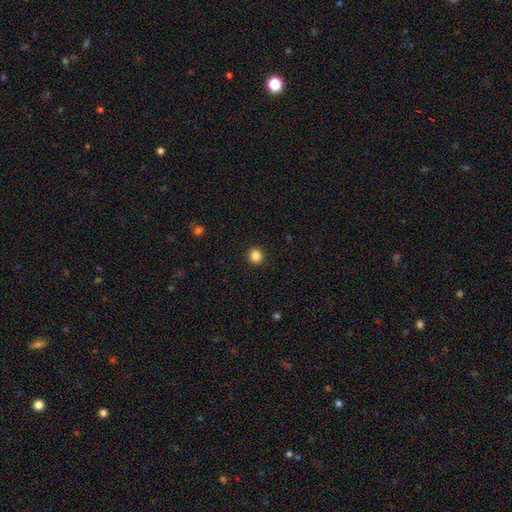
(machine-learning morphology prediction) Smooth or featured?
  - smooth: 85% *
  - star or artifact: 11%
  - featured or disk: 4%
How rounded?
  - round: 90% *
  - in between: 9%
  - cigar-shaped: 1%
Merging?
  - none: 92% *
  - minor disturbance: 5%
  - major disturbance: 2%
  - merger: 1%